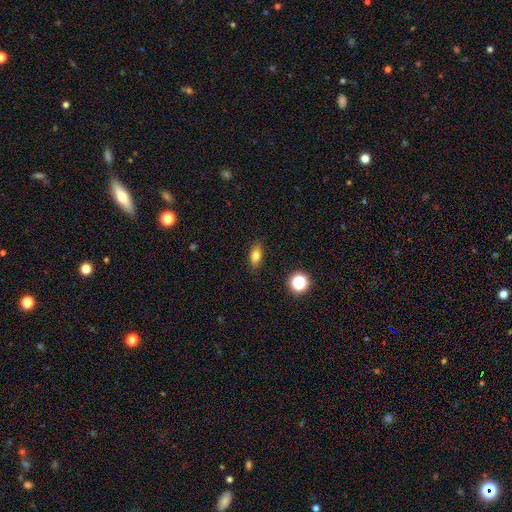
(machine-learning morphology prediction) type=smooth (78%); roundness=in between (80%); merging=none (85%).